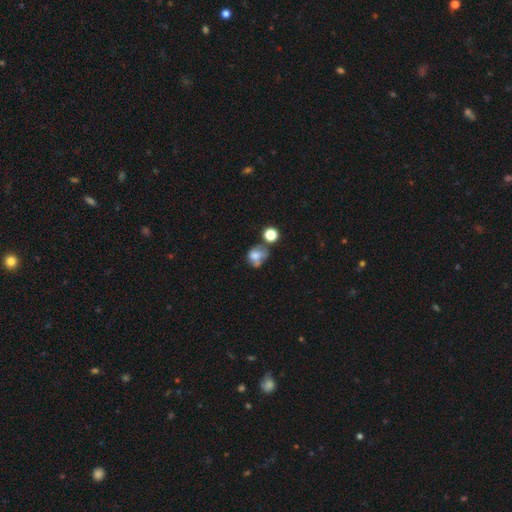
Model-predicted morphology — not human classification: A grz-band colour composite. It shows a smooth galaxy with no disk features (67%) that is round (55%). Merging: none (32%).